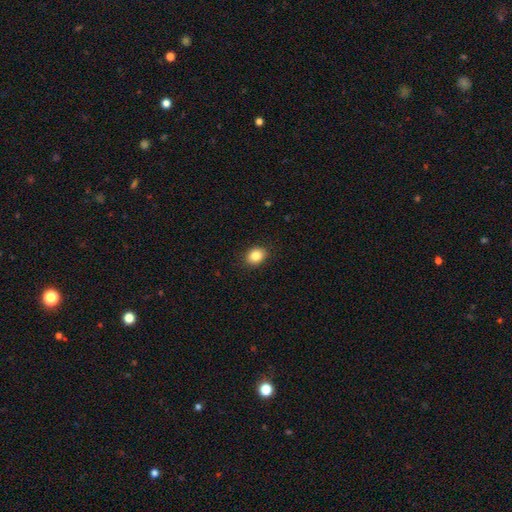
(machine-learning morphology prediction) Smooth or featured? smooth (85%)
How rounded? in between (50%)
Merging? none (89%)